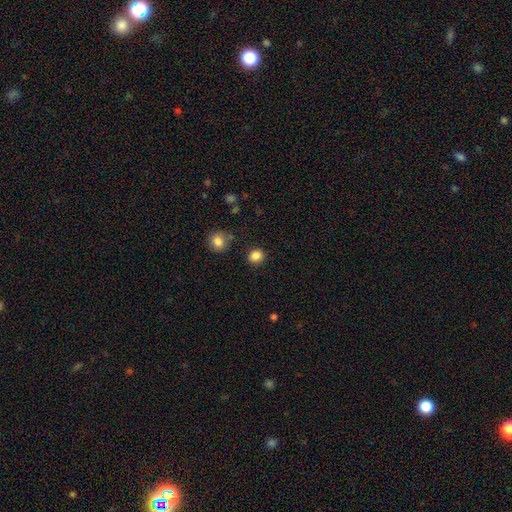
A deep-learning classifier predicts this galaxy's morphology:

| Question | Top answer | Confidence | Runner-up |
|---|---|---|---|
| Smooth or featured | smooth | 85% | star or artifact (11%) |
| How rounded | round | 79% | in between (20%) |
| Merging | none | 88% | minor disturbance (7%) |